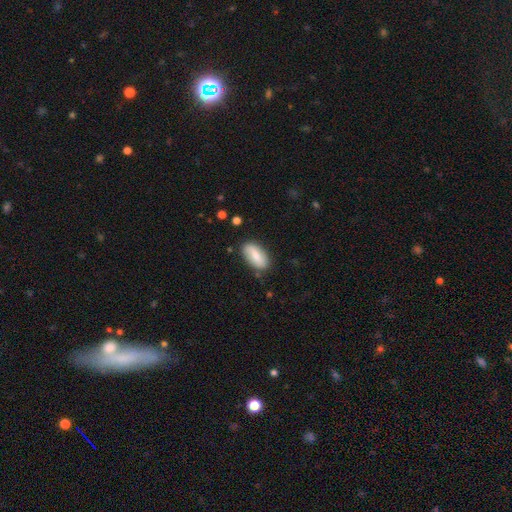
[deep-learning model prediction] A smooth galaxy with no disk features (75%) that is in between round and cigar-shaped (91%).

Vote fractions:
- Smooth or featured? smooth: 75% / featured or disk: 18% / star or artifact: 6%
- How rounded? in between: 91% / cigar-shaped: 6% / round: 3%
- Merging? none: 81% / minor disturbance: 14% / major disturbance: 3% / merger: 2%